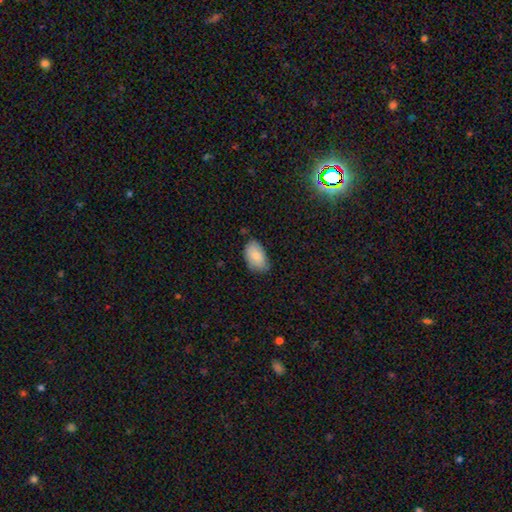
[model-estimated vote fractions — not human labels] A smooth galaxy with no disk features (84%) that is in between round and cigar-shaped (93%). Merging: none (68%).